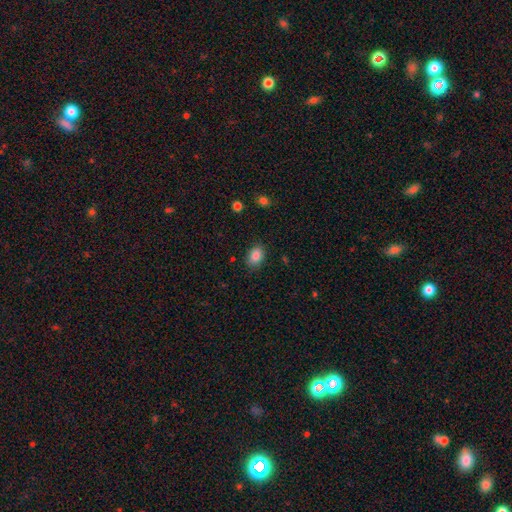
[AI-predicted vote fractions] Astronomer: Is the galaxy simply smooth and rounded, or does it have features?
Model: smooth — 86%.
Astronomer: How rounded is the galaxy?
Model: in between — 76%.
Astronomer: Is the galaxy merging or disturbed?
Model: none — 84%.